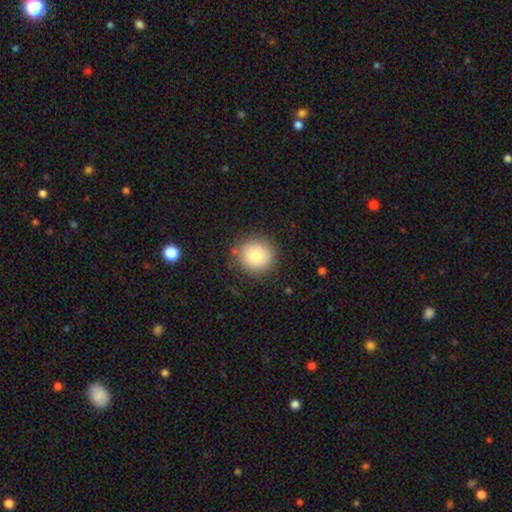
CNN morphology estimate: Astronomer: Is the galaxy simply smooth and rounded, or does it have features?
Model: smooth — 79%.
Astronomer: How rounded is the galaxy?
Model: round — 91%.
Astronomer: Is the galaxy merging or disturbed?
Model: none — 85%.